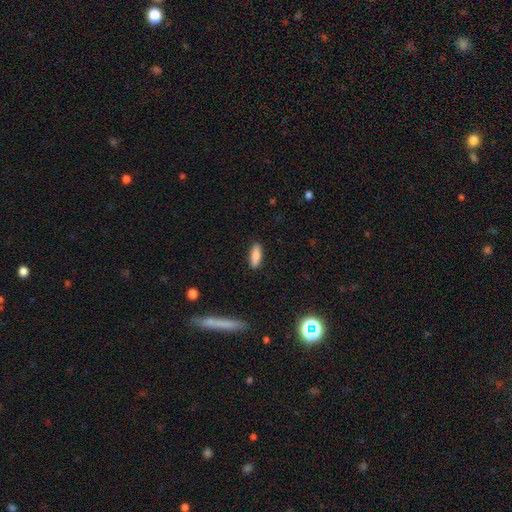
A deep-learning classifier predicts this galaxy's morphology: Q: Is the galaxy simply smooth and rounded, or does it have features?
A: smooth — 83%.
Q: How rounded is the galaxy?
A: in between — 53%.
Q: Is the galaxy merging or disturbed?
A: none — 89%.